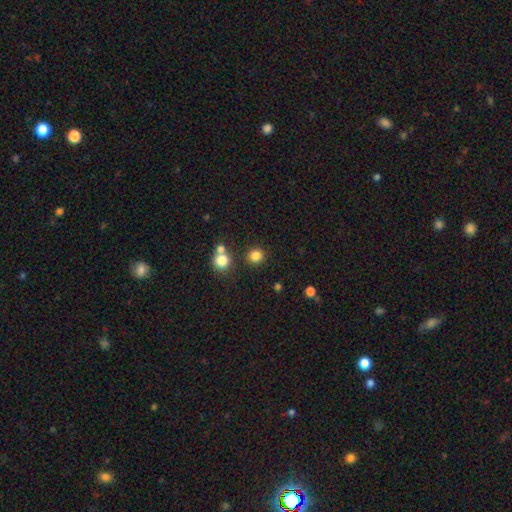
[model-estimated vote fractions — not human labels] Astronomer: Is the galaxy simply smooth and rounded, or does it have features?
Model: smooth — 83%.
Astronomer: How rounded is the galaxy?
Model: round — 88%.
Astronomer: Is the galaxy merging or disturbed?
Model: none — 83%.